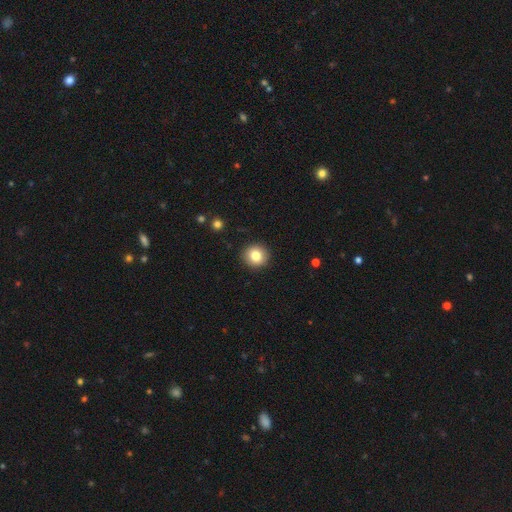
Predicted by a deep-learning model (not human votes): smooth 82%, star or artifact 10%, featured or disk 8%. Down the decision tree: how rounded — round (92%); merging — none (92%).